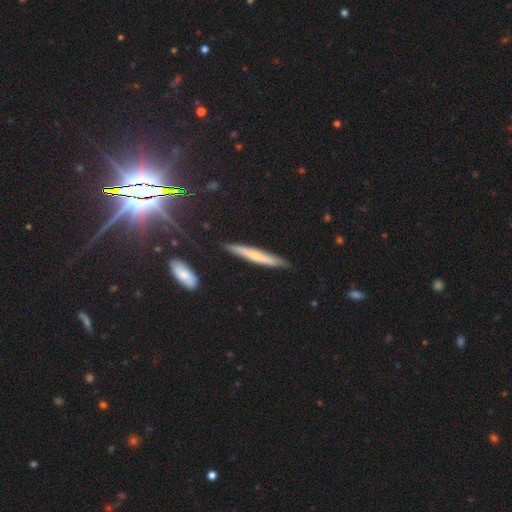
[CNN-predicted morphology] This appears to be a smooth galaxy with no disk features (51%) that is cigar-shaped (94%). Merging: none (86%).